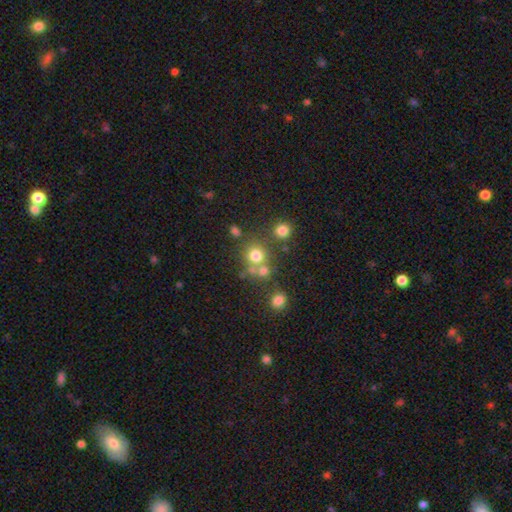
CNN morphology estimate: smooth 72%, star or artifact 17%, featured or disk 11%. Down the decision tree: how rounded — round (87%); merging — none (59%).